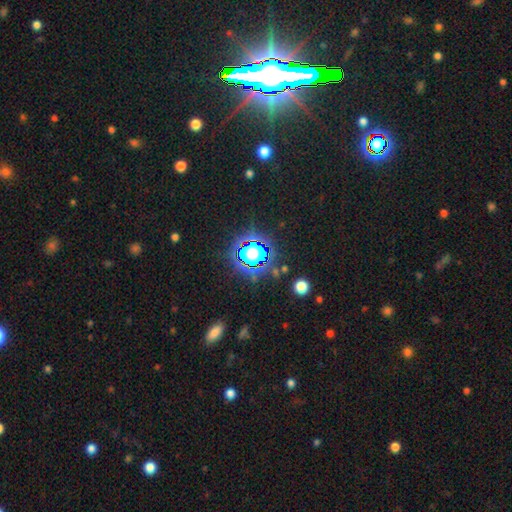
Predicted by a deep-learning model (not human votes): Smooth or featured? star or artifact (74%)